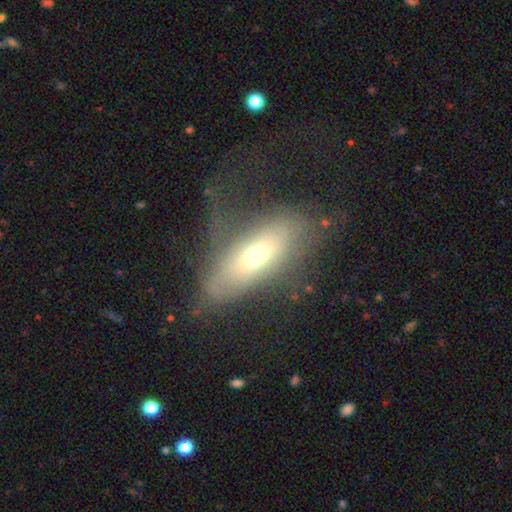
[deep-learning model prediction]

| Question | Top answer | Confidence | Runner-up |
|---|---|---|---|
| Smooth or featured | smooth | 50% | featured or disk (40%) |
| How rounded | in between | 73% | cigar-shaped (22%) |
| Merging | major disturbance | 40% | none (33%) |